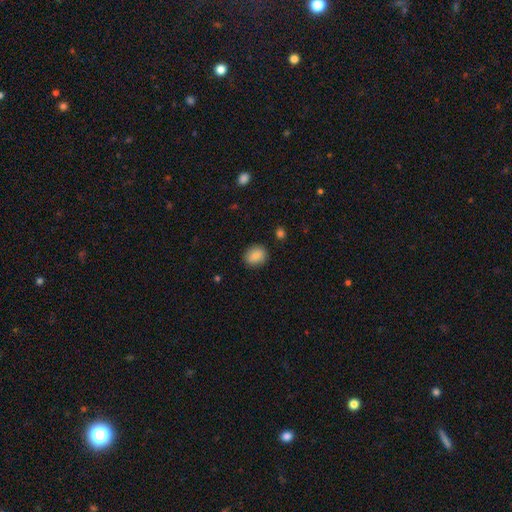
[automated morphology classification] The model was most divided on "how rounded": round: 65%, in between: 34%, cigar-shaped: 1%. More confident: merging — none (88%); smooth or featured — smooth (86%).